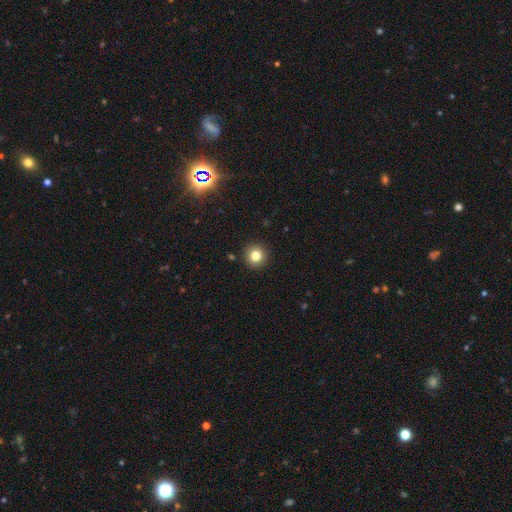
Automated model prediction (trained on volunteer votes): smooth-or-featured: smooth: 81% | star or artifact: 12% | featured or disk: 7%
  how-rounded: round: 94% | in between: 5% | cigar-shaped: 1%
  merging: none: 92% | minor disturbance: 5% | major disturbance: 2% | merger: 1%